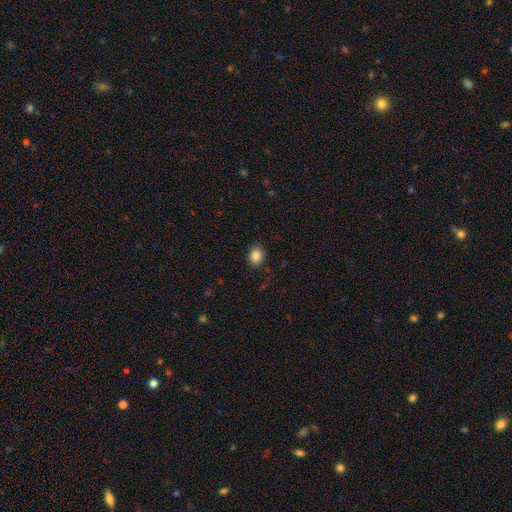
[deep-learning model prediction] Smooth or featured?
  - smooth: 87% *
  - star or artifact: 9%
  - featured or disk: 4%
How rounded?
  - in between: 51% *
  - round: 48%
  - cigar-shaped: 1%
Merging?
  - none: 88% *
  - minor disturbance: 9%
  - major disturbance: 3%
  - merger: 1%